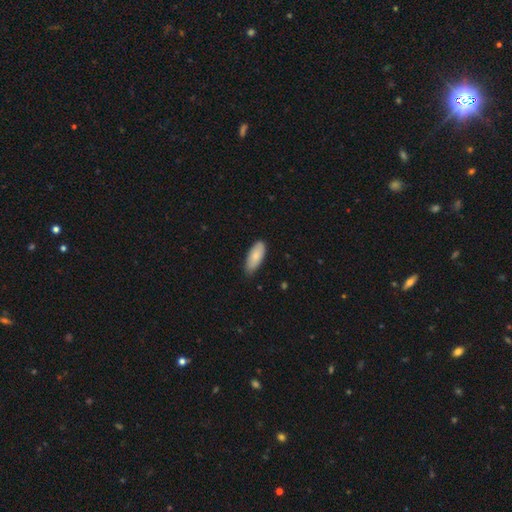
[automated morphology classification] Overall: smooth (84%). How rounded: in between (83%). Merging: none (74%).